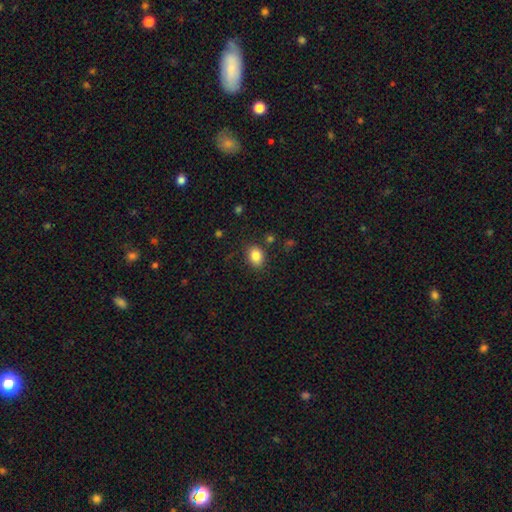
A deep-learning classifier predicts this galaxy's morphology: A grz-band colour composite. It shows a smooth galaxy with no disk features (84%) that is in between round and cigar-shaped (61%). Merging: none (83%).